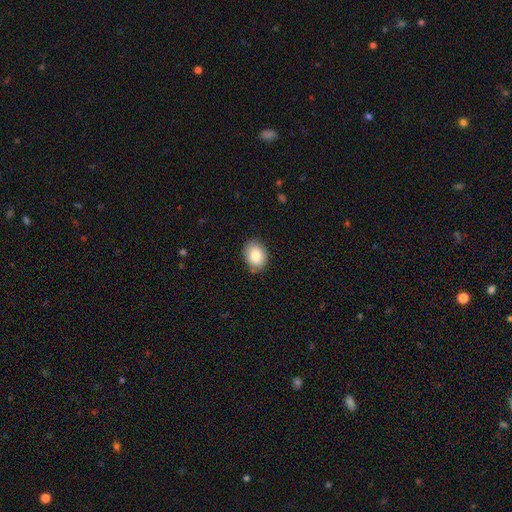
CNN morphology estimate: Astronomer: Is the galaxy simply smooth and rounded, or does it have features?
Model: smooth — 87%.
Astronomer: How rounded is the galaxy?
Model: in between — 65%.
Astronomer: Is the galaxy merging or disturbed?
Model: none — 82%.